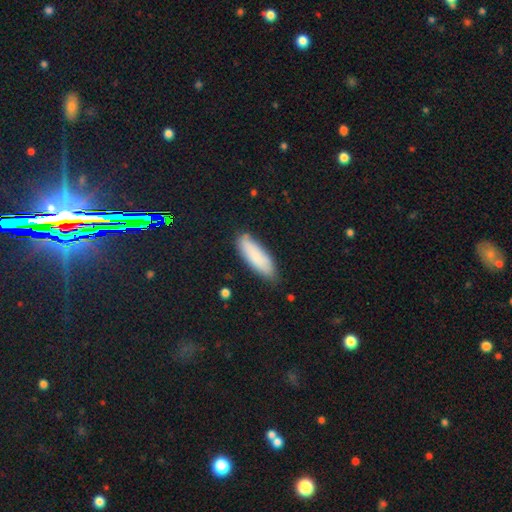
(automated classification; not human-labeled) The model was most divided on "how rounded": in between: 51%, cigar-shaped: 47%, round: 2%. More confident: smooth or featured — smooth (84%); merging — none (80%).